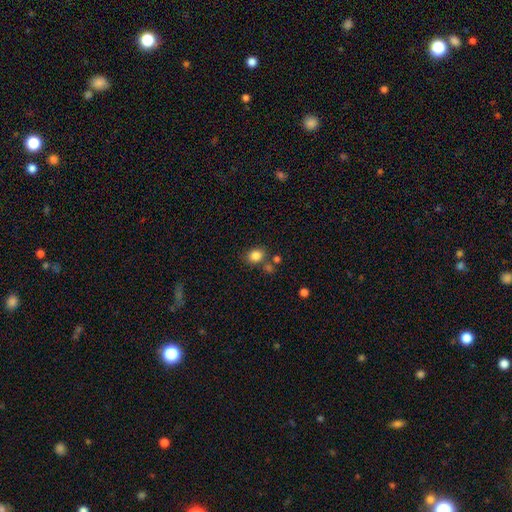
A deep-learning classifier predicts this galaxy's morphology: Smooth or featured?
  - smooth: 84% *
  - star or artifact: 11%
  - featured or disk: 6%
How rounded?
  - round: 54% *
  - in between: 45%
  - cigar-shaped: 1%
Merging?
  - none: 69% *
  - merger: 13%
  - minor disturbance: 13%
  - major disturbance: 4%